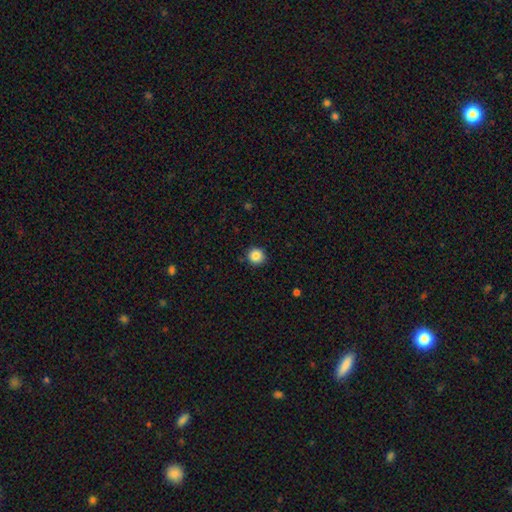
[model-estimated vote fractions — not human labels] Smooth or featured?
  - smooth: 86% *
  - star or artifact: 10%
  - featured or disk: 4%
How rounded?
  - round: 95% *
  - in between: 4%
  - cigar-shaped: 1%
Merging?
  - none: 91% *
  - minor disturbance: 6%
  - major disturbance: 2%
  - merger: 1%